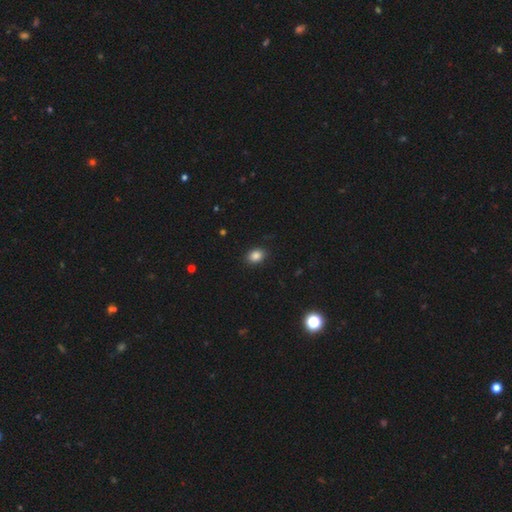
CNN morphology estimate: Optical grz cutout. It shows a smooth galaxy with no disk features (86%) that is in between round and cigar-shaped (59%). Merging: none (88%).